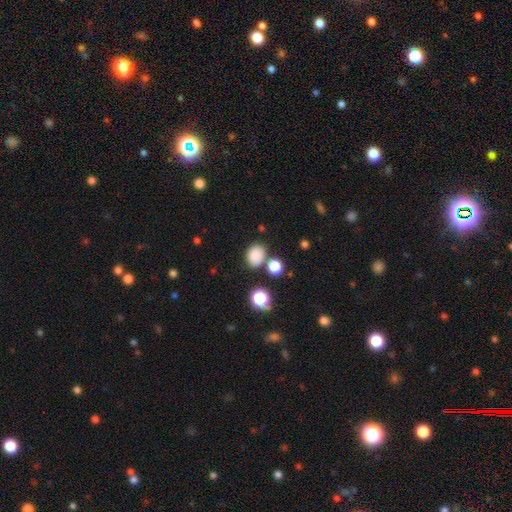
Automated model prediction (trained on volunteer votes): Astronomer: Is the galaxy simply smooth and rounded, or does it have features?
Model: smooth — 83%.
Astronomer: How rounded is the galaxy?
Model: in between — 65%.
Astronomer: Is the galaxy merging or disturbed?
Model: none — 72%.